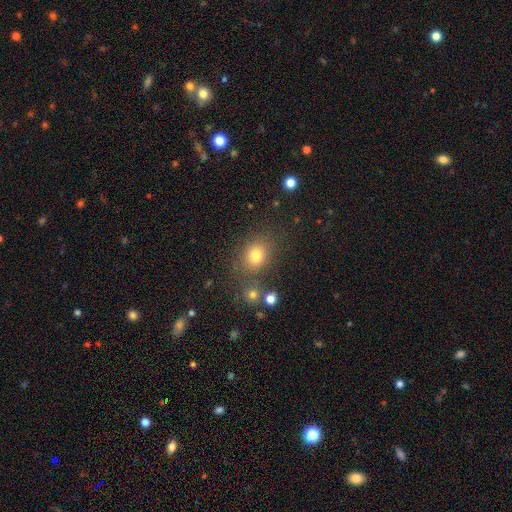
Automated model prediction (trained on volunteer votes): Morphology: type=smooth (77%); roundness=round (55%); merging=none (75%).